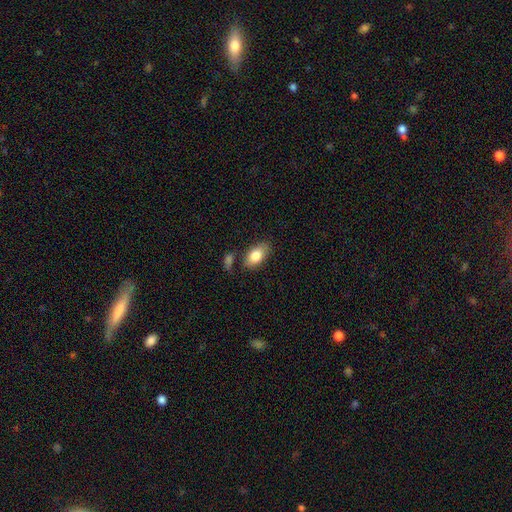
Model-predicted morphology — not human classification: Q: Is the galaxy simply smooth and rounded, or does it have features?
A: smooth — 81%.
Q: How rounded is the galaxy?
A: in between — 91%.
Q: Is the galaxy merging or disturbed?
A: none — 74%.